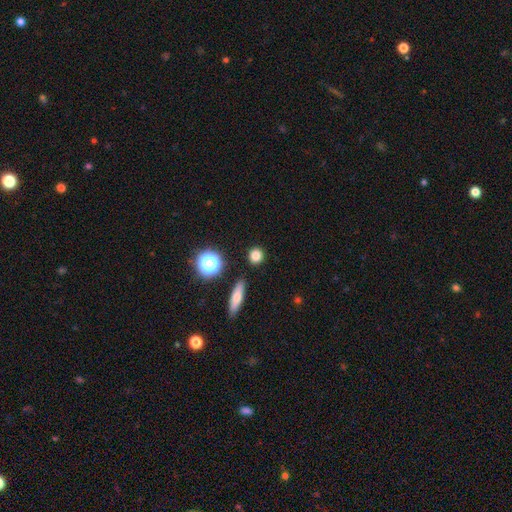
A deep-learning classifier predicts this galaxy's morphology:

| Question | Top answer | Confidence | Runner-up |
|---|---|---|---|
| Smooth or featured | smooth | 81% | star or artifact (13%) |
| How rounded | round | 87% | in between (11%) |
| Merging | none | 89% | minor disturbance (7%) |